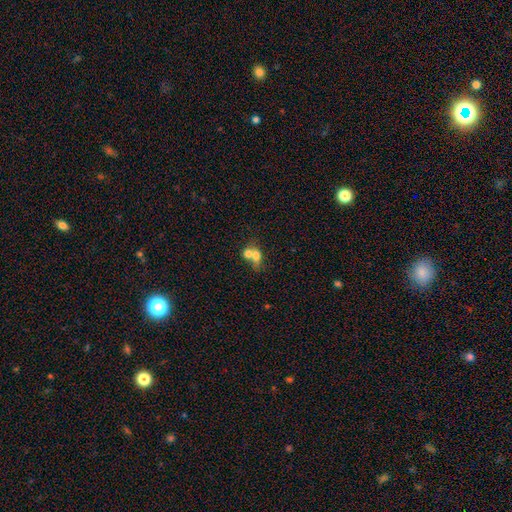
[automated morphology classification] type=smooth (67%); roundness=in between (53%); merging=merger (70%).